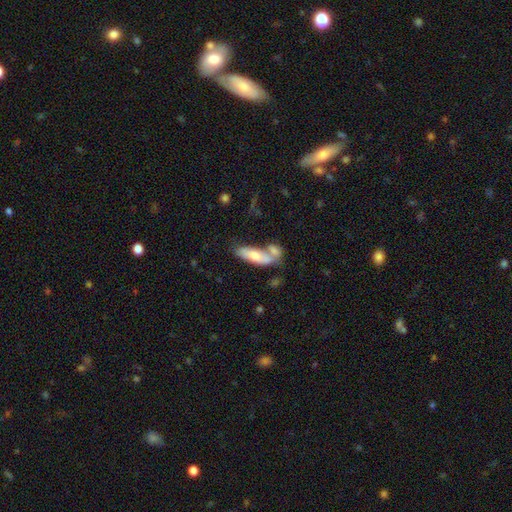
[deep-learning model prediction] Smooth or featured? Predicted: smooth (p=0.66). How rounded? Predicted: in between (p=0.57). Merging? Predicted: merger (p=0.46).